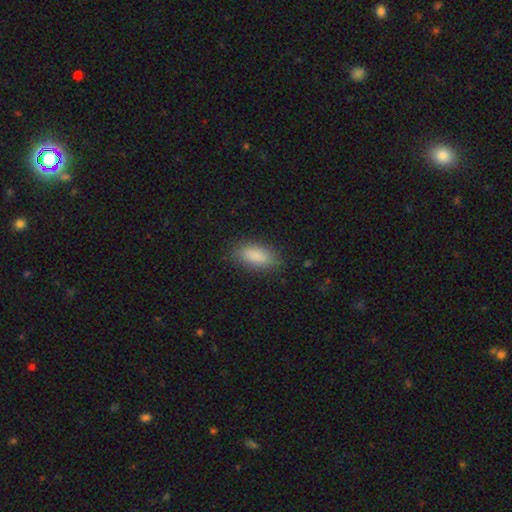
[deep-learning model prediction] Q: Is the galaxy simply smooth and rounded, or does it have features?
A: smooth — 87%.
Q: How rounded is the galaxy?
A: in between — 83%.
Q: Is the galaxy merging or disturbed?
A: none — 83%.